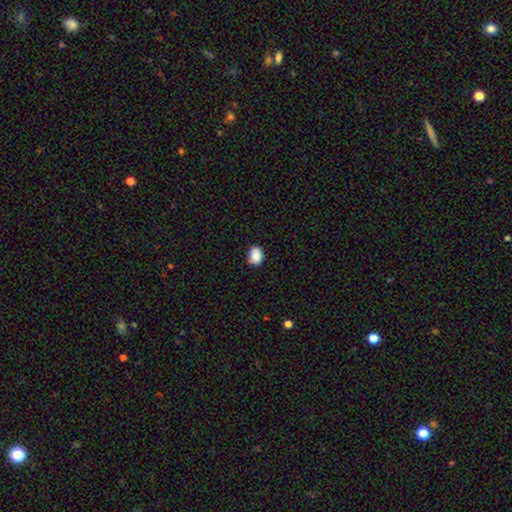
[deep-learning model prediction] A smooth galaxy with no disk features (86%) that is in between round and cigar-shaped (60%).

Vote fractions:
- Smooth or featured? smooth: 86% / star or artifact: 9% / featured or disk: 5%
- How rounded? in between: 60% / round: 39% / cigar-shaped: 1%
- Merging? none: 71% / minor disturbance: 22% / major disturbance: 4% / merger: 3%